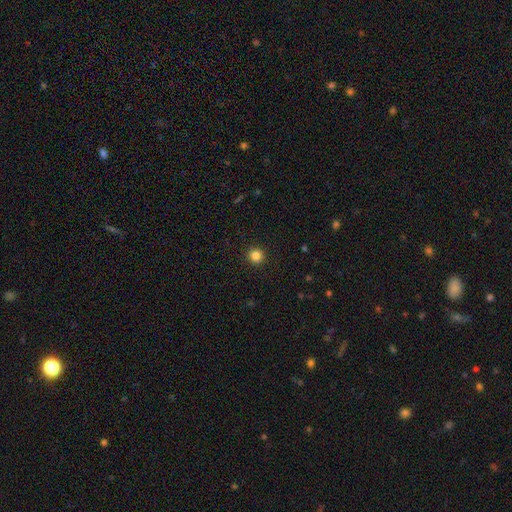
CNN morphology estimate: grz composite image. It shows a smooth galaxy with no disk features (85%) that is round (95%). Merging: none (93%).